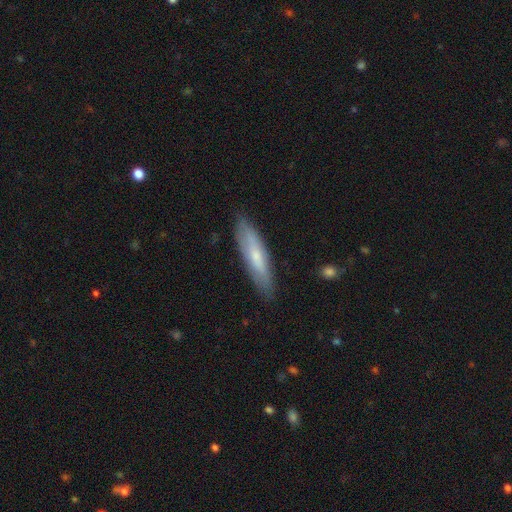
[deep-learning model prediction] Smooth or featured? Predicted: smooth (p=0.57). How rounded? Predicted: cigar-shaped (p=0.76). Merging? Predicted: none (p=0.84).